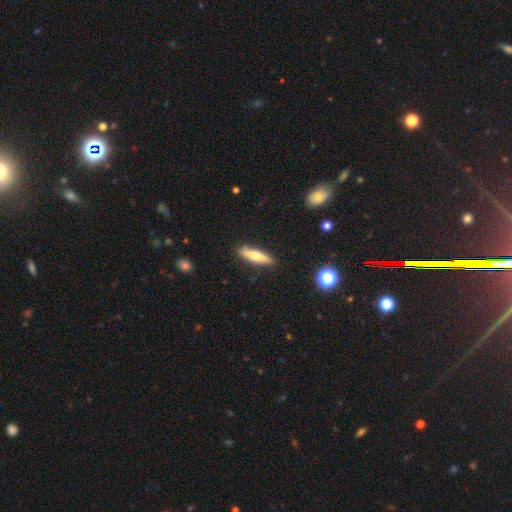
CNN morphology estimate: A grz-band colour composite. It shows a smooth galaxy with no disk features (64%) that is cigar-shaped (74%). Merging: none (87%).